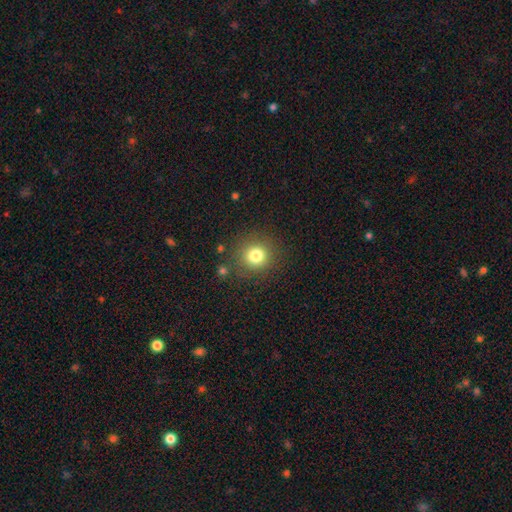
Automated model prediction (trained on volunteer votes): Q: Smooth or featured?
A: smooth (79%); runner-up: star or artifact (13%)
Q: How rounded?
A: round (90%); runner-up: in between (9%)
Q: Merging?
A: none (85%); runner-up: minor disturbance (8%)